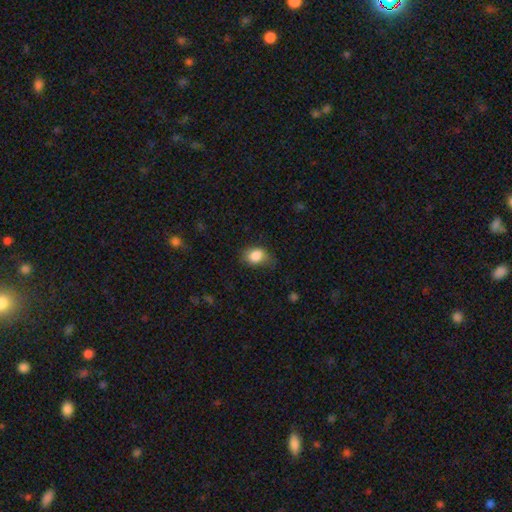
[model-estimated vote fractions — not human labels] Smooth or featured?
  - smooth: 85% *
  - star or artifact: 9%
  - featured or disk: 6%
How rounded?
  - in between: 66% *
  - round: 33%
  - cigar-shaped: 1%
Merging?
  - none: 60% *
  - minor disturbance: 30%
  - major disturbance: 8%
  - merger: 1%